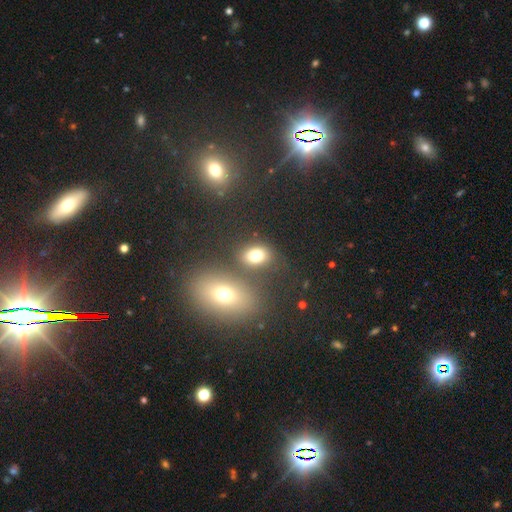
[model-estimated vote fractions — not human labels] Smooth or featured? Predicted: smooth (p=0.77). How rounded? Predicted: in between (p=0.66). Merging? Predicted: none (p=0.67).